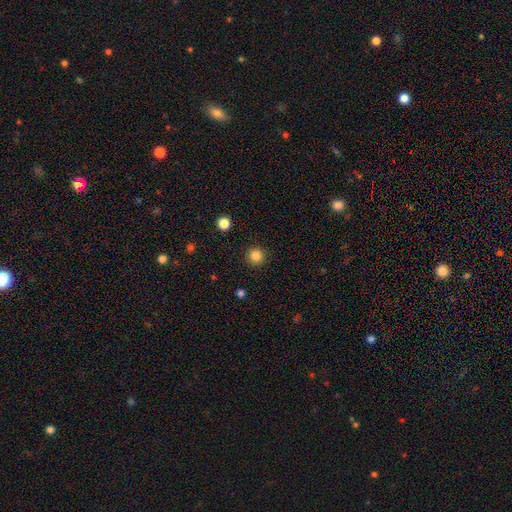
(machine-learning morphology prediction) Smooth or featured? smooth (85%)
How rounded? round (95%)
Merging? none (92%)